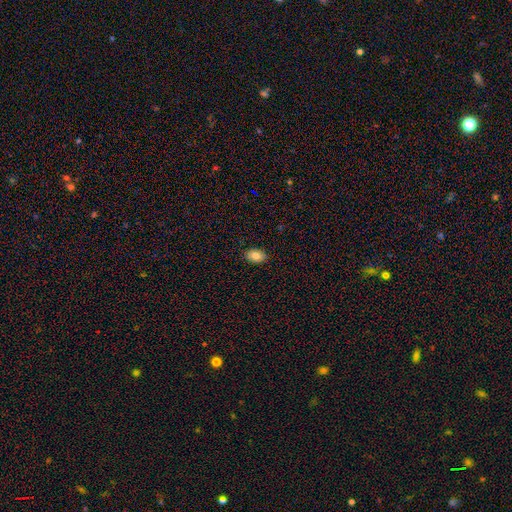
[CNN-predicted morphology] Overall: smooth (82%). How rounded: in between (83%). Merging: none (89%).